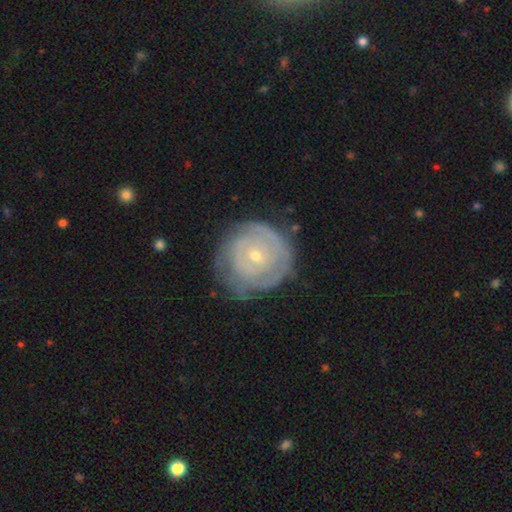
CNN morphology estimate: A featured or disk galaxy (75%) with no bar (78%), tight (81%) spiral arms (82%) and a small central bulge (67%). Merging: none (66%).